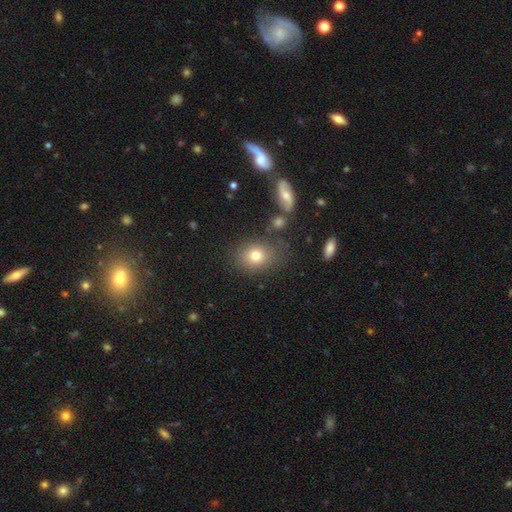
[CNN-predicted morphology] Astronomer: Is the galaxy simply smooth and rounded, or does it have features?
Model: smooth — 77%.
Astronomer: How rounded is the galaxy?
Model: round — 52% (runner-up: in between, 47%).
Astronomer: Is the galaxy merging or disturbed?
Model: none — 74%.